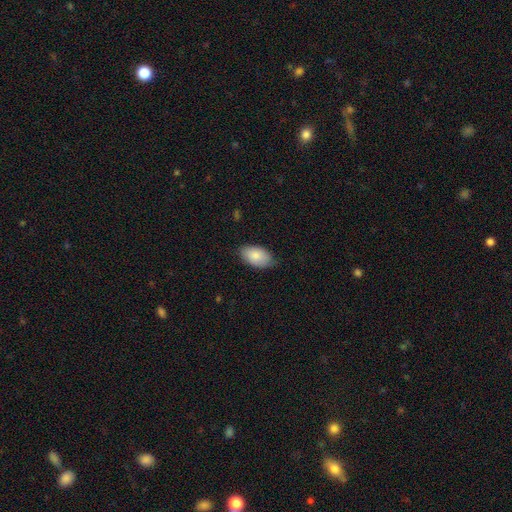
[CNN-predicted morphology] This appears to be a smooth galaxy with no disk features (83%) that is in between round and cigar-shaped (94%). Merging: none (73%).